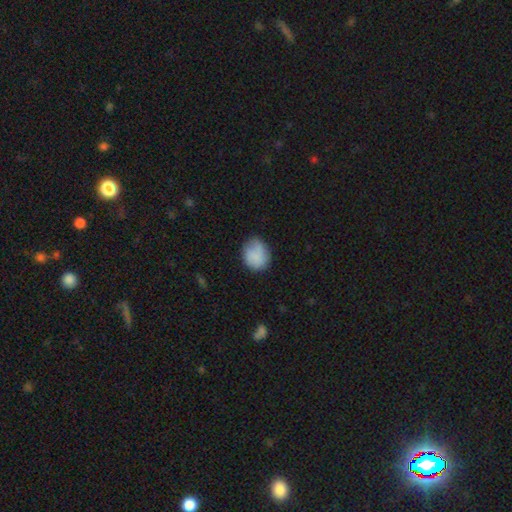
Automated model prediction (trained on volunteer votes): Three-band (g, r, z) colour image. It shows a smooth galaxy with no disk features (85%) that is round (63%). Merging: none (64%).